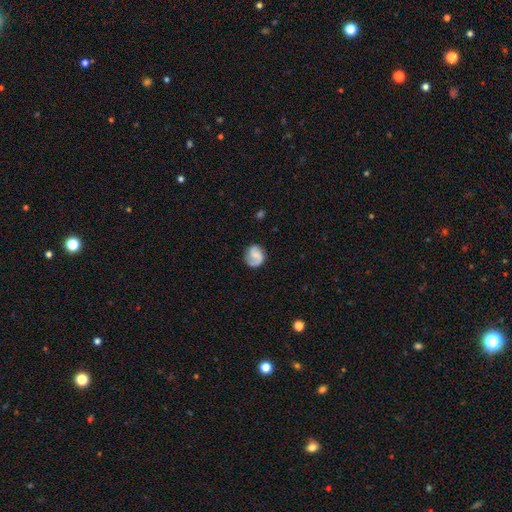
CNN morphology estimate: Smooth or featured? Predicted: featured or disk (p=0.52). Edge-on disk? Predicted: no (p=0.98). Bar? Predicted: no (p=0.53). Spiral arms? Predicted: yes (p=0.90). Bulge size? Predicted: none (p=0.49). Merging? Predicted: none (p=0.69).